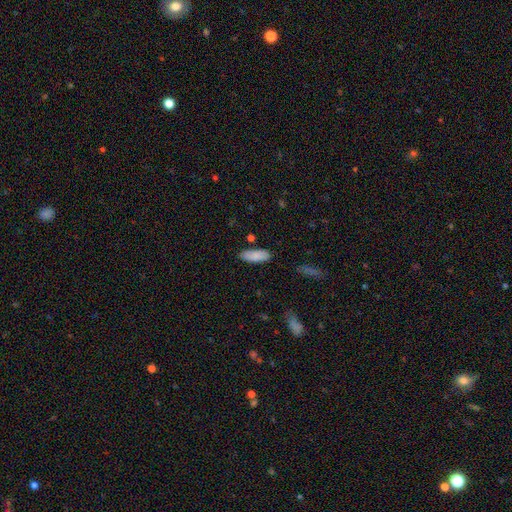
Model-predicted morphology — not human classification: type=smooth (86%); roundness=in between (76%); merging=none (81%).